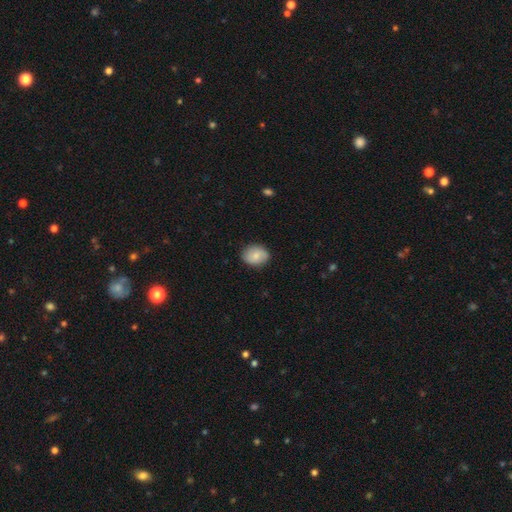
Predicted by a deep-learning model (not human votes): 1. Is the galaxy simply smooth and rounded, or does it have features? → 76% smooth, 17% featured or disk, 7% star or artifact.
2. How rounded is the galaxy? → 54% in between, 45% round, 1% cigar-shaped.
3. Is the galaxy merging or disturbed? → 85% none, 11% minor disturbance, 2% major disturbance, 1% merger.